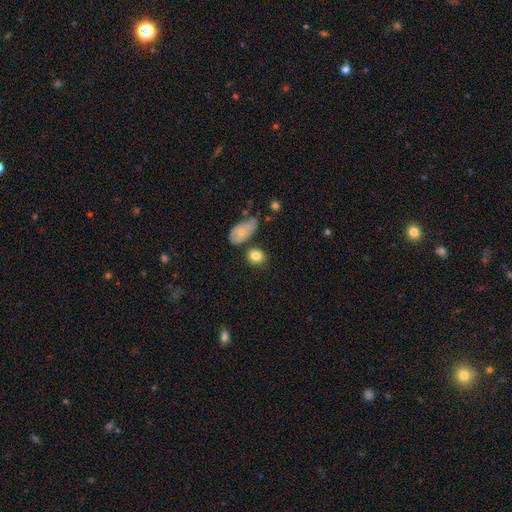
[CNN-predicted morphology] A smooth galaxy with no disk features (82%) that is round (63%). Merging: none (70%).